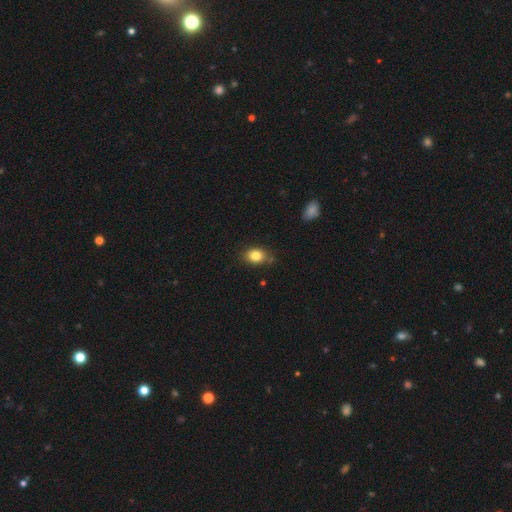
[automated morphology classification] This is clearly a smooth galaxy (83%). How rounded: likely in between (70%). Merging: likely none (76%).